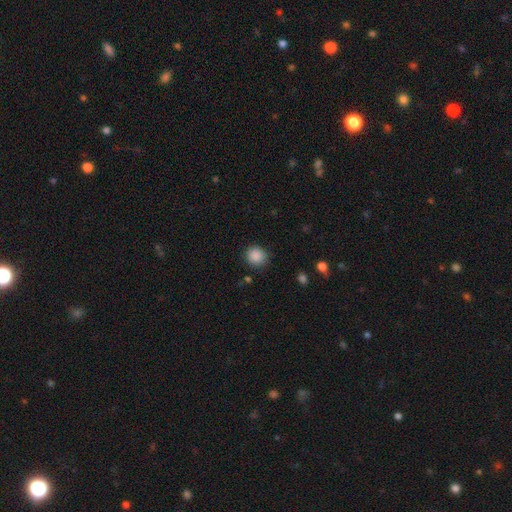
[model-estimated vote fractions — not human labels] Overall: smooth (88%). How rounded: round (89%). Merging: none (86%).